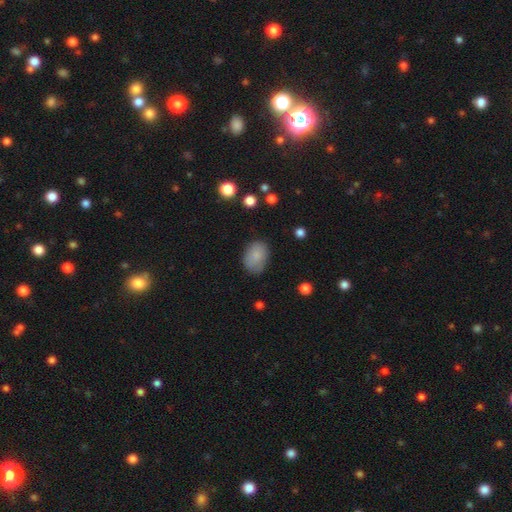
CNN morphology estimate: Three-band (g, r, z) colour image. It shows a smooth galaxy with no disk features (83%) that is in between round and cigar-shaped (78%). Merging: none (73%).